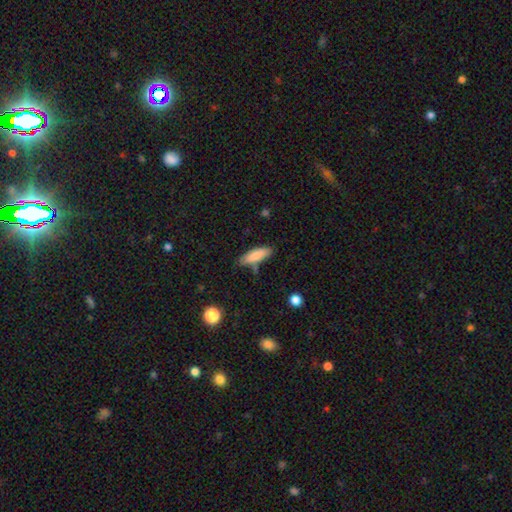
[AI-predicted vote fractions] Overall: smooth (84%). How rounded: in between (52%; cigar-shaped 46%). Merging: none (73%).